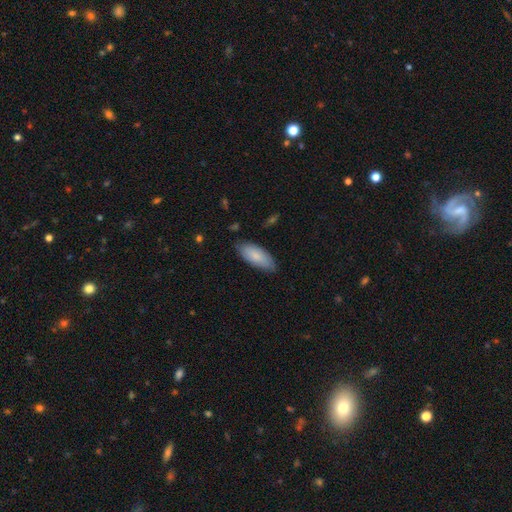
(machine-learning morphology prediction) This is clearly a smooth galaxy (81%). How rounded: clearly in between (82%). Merging: likely none (78%).